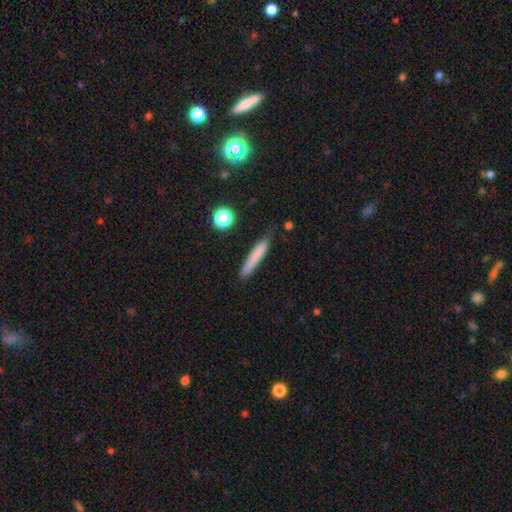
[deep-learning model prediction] The model was most divided on "merging": none: 76%, minor disturbance: 18%, major disturbance: 4%, merger: 2%. More confident: how rounded — cigar-shaped (94%); smooth or featured — smooth (76%).